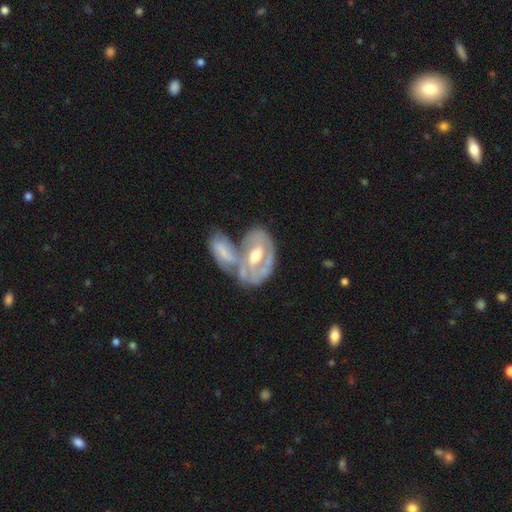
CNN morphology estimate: smooth_or_featured: featured or disk (p=0.73) [alt: smooth p=0.22]
disk_edge_on: no (p=0.94) [alt: yes p=0.06]
bar: no (p=0.50) [alt: weak p=0.32]
has_spiral_arms: yes (p=0.54) [alt: no p=0.46]
bulge_size: moderate (p=0.70) [alt: small p=0.14]
merging: merger (p=0.57) [alt: none p=0.19]